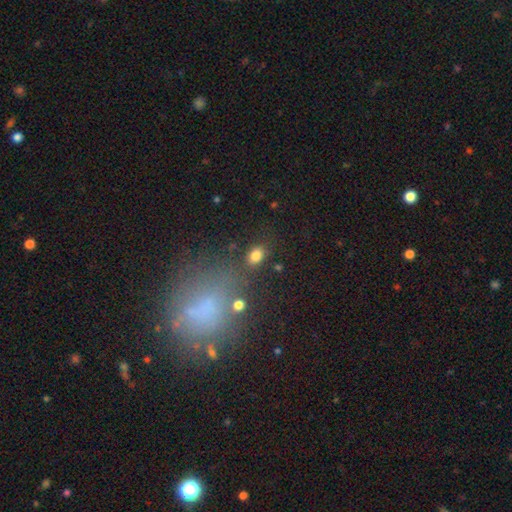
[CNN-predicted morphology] Smooth or featured? smooth (81%)
How rounded? in between (73%)
Merging? none (82%)